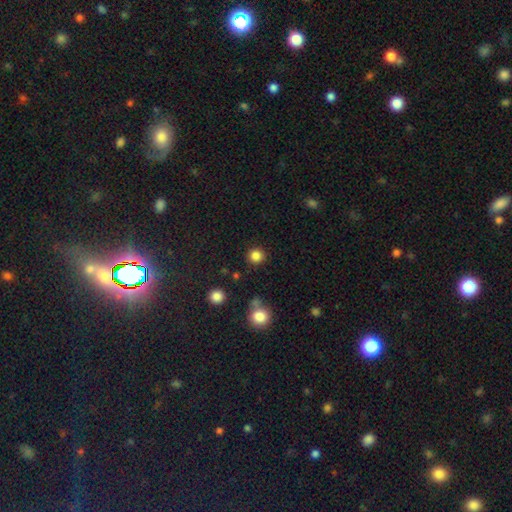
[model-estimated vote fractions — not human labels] A smooth galaxy with no disk features (84%) that is round (93%). Merging: none (89%).